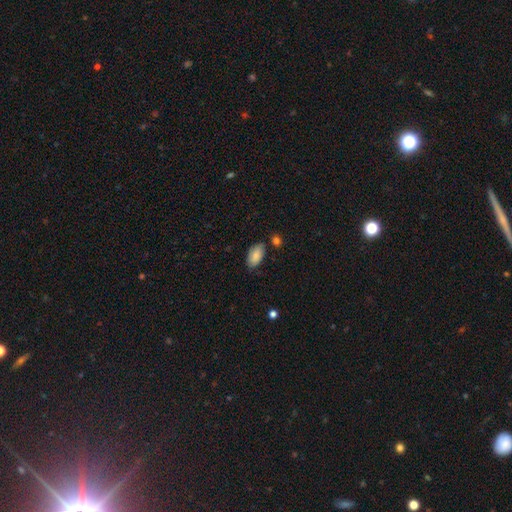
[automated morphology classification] Q: Smooth or featured?
A: smooth (84%); runner-up: featured or disk (10%)
Q: How rounded?
A: in between (94%); runner-up: round (4%)
Q: Merging?
A: none (77%); runner-up: minor disturbance (16%)